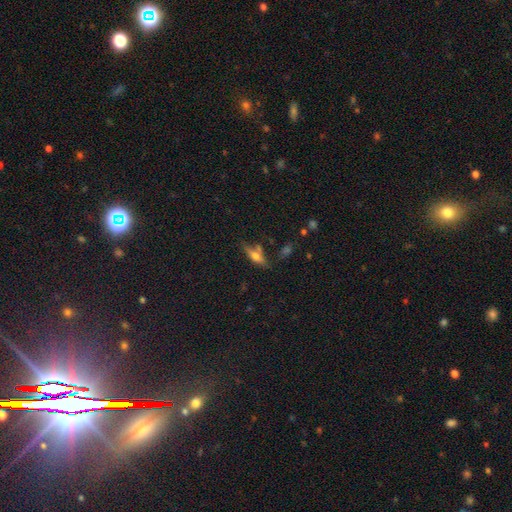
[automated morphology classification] Smooth or featured? Predicted: smooth (p=0.50). How rounded? Predicted: in between (p=0.49). Merging? Predicted: none (p=0.60).